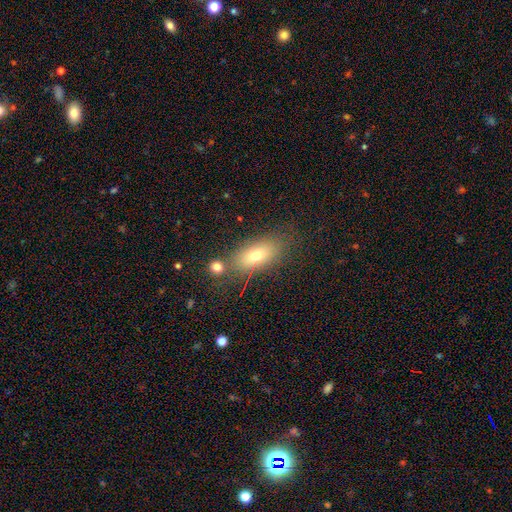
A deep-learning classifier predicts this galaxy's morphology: smooth_or_featured: smooth (p=0.71) [alt: featured or disk p=0.19]
how_rounded: in between (p=0.81) [alt: cigar-shaped p=0.12]
merging: none (p=0.68) [alt: minor disturbance p=0.14]